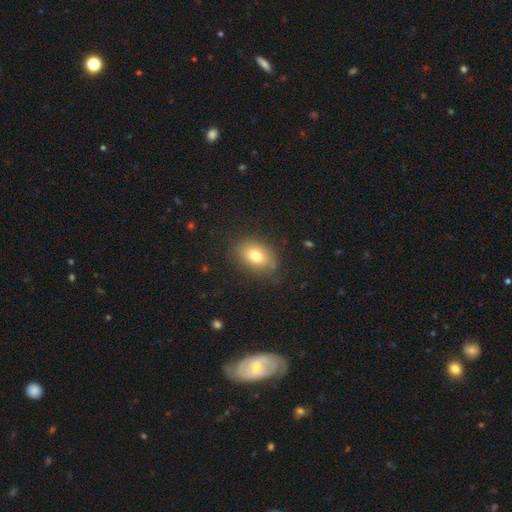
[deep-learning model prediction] A smooth galaxy with no disk features (77%) that is in between round and cigar-shaped (80%). Merging: none (77%).